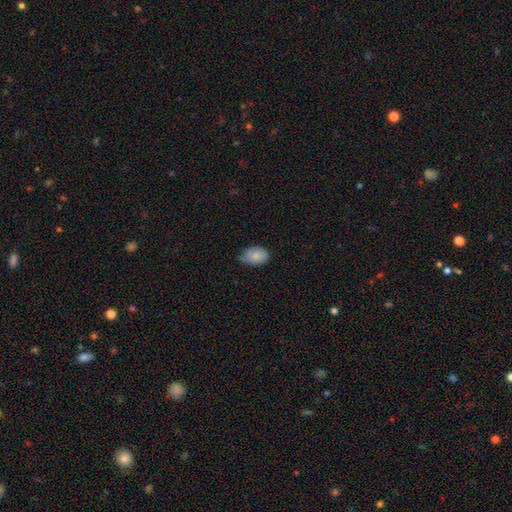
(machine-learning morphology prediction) This appears to be a smooth galaxy with no disk features (86%) that is in between round and cigar-shaped (86%). Merging: none (62%).